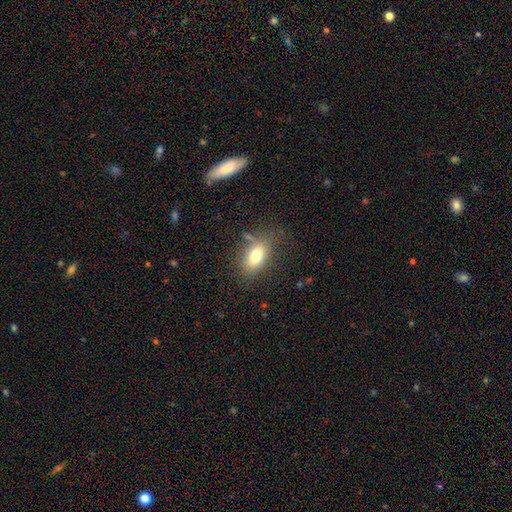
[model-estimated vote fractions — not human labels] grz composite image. It shows a smooth galaxy with no disk features (75%) that is in between round and cigar-shaped (86%). Merging: none (71%).